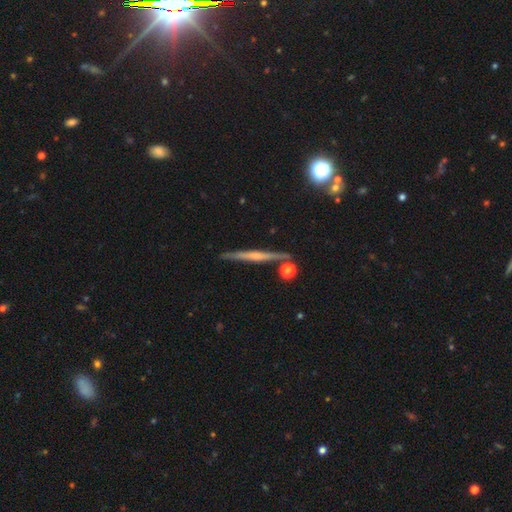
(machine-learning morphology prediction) Smooth or featured? featured or disk (70%)
Edge-on disk? yes (97%)
Edge-on bulge? rounded (52%)
Merging? none (86%)